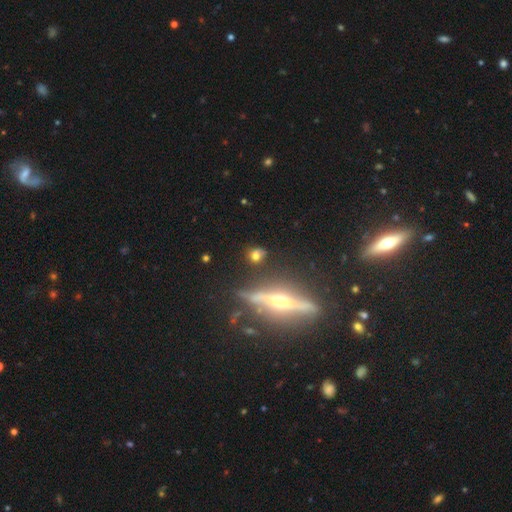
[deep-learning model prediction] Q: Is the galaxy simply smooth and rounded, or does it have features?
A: smooth — 58%.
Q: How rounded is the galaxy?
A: round — 62%.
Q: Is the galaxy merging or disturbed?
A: none — 72%.